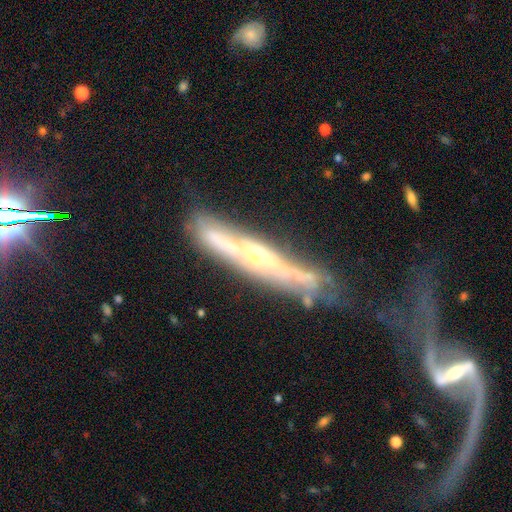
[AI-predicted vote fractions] A featured or disk galaxy (82%) viewed edge-on (86%) with a rounded central bulge (77%).

Vote fractions:
- Smooth or featured? featured or disk: 82% / smooth: 11% / star or artifact: 6%
- Edge-on disk? yes: 86% / no: 14%
- Edge-on bulge? rounded: 77% / none: 17% / boxy: 6%
- Merging? none: 48% / minor disturbance: 26% / major disturbance: 16% / merger: 10%